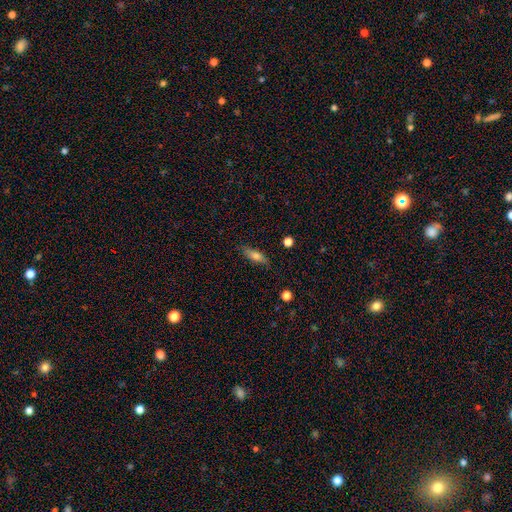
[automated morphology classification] A smooth galaxy with no disk features (69%) that is in between round and cigar-shaped (52%).

Vote fractions:
- Smooth or featured? smooth: 69% / featured or disk: 23% / star or artifact: 8%
- How rounded? in between: 52% / cigar-shaped: 45% / round: 3%
- Merging? none: 82% / minor disturbance: 14% / major disturbance: 3% / merger: 1%